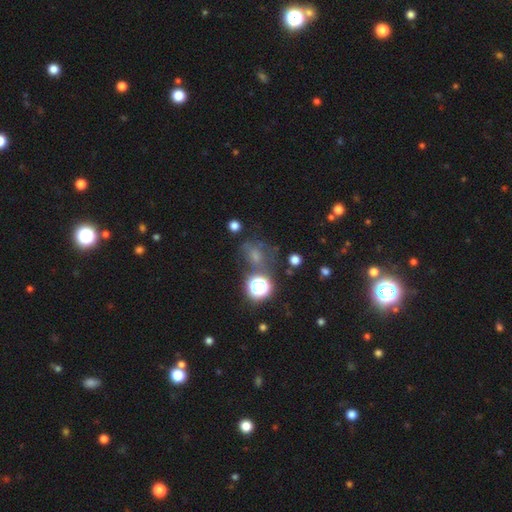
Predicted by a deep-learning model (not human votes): Smooth or featured? smooth (52%)
How rounded? round (55%)
Merging? none (51%)